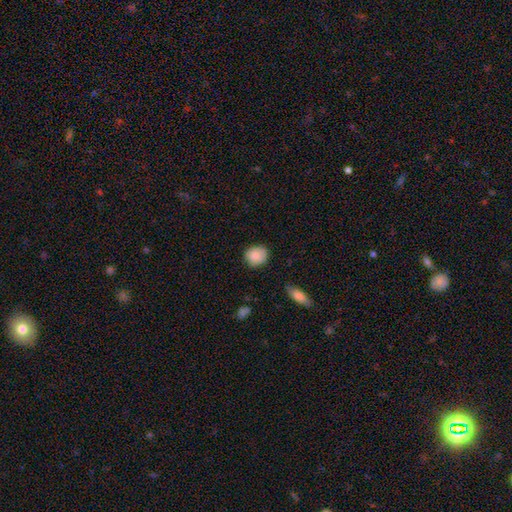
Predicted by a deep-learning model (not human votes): Smooth or featured? smooth (85%)
How rounded? round (75%)
Merging? none (79%)